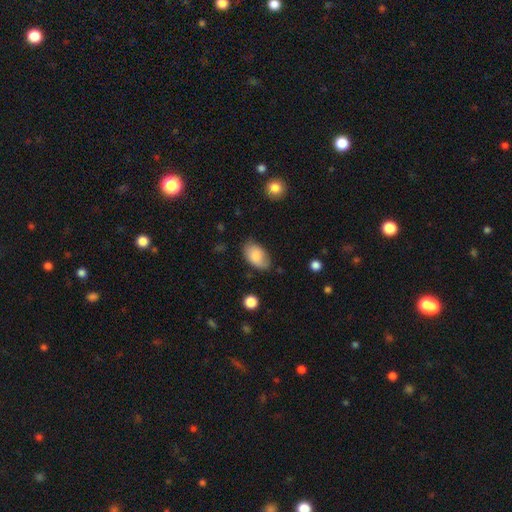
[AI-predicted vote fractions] smooth_or_featured: smooth (p=0.83) [alt: featured or disk p=0.10]
how_rounded: in between (p=0.93) [alt: round p=0.06]
merging: none (p=0.71) [alt: minor disturbance p=0.23]